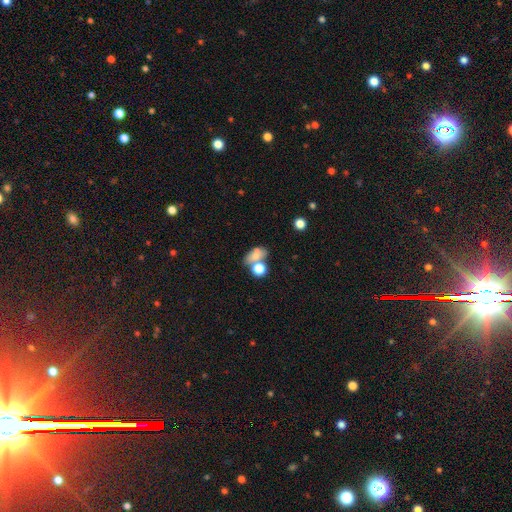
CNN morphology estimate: This appears to be a smooth galaxy with no disk features (71%) that is in between round and cigar-shaped (71%). Merging: merger (42%).